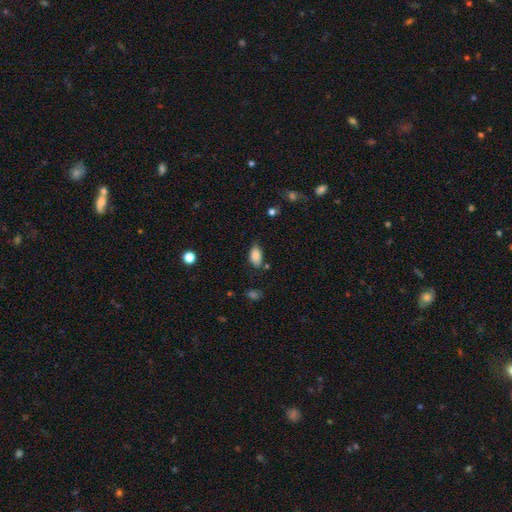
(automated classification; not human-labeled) Q: Smooth or featured?
A: smooth (86%); runner-up: star or artifact (8%)
Q: How rounded?
A: in between (93%); runner-up: round (5%)
Q: Merging?
A: none (70%); runner-up: minor disturbance (22%)